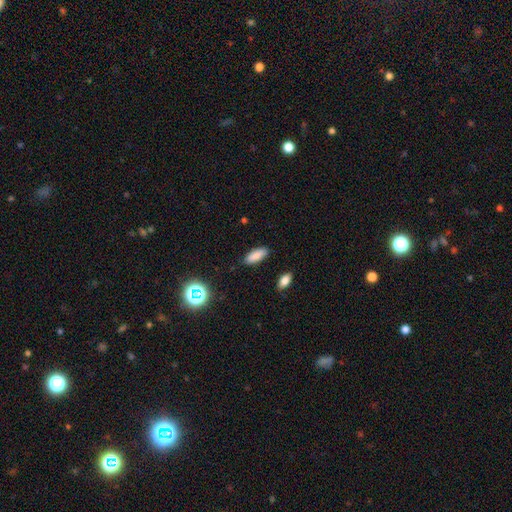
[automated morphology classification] Smooth or featured? smooth (85%)
How rounded? in between (74%)
Merging? none (86%)